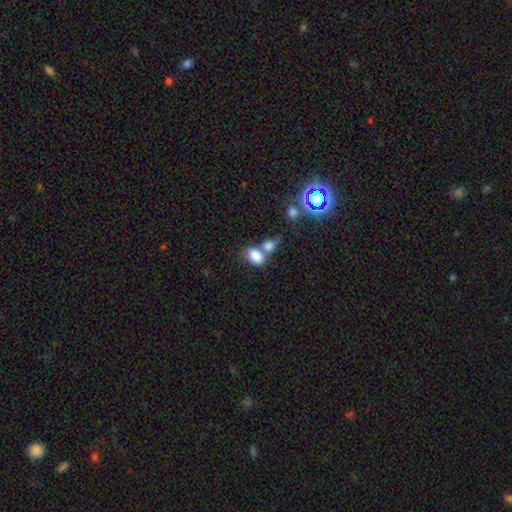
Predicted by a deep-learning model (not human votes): Overall: smooth (81%). How rounded: in between (83%). Merging: merger (49%; none 34%).